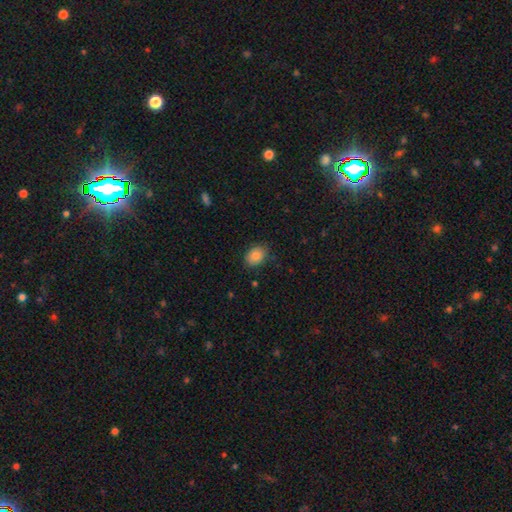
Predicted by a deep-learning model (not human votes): This appears to be a smooth galaxy with no disk features (84%) that is in between round and cigar-shaped (69%). Merging: none (83%).